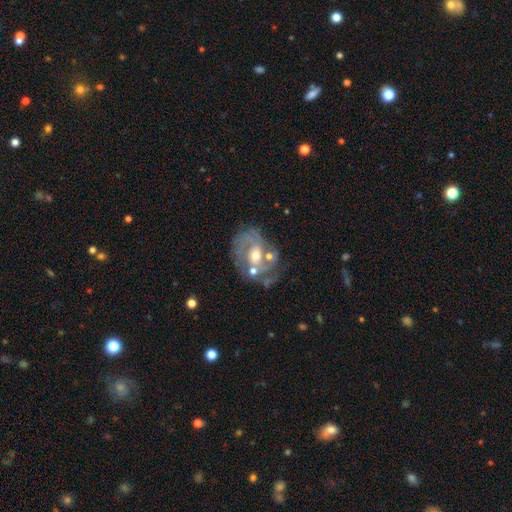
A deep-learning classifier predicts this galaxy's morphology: A featured or disk galaxy (80%) with no bar (59%), 2 (37%) tight (50%) spiral arms (81%) and a moderate central bulge (59%).

Vote fractions:
- Smooth or featured? featured or disk: 80% / smooth: 13% / star or artifact: 7%
- Edge-on disk? no: 97% / yes: 3%
- Bar? no: 59% / weak: 32% / strong: 9%
- Spiral arms? yes: 81% / no: 19%
- Spiral winding? tight: 50% / medium: 36% / loose: 13%
- Spiral arm count? 2: 37% / can't tell: 34% / 3: 15% / 1: 7% / 4: 5% / more than 4: 4%
- Bulge size? moderate: 59% / small: 35% / large: 4% / none: 2% / dominant: 1%
- Merging? none: 51% / minor disturbance: 20% / major disturbance: 15% / merger: 15%